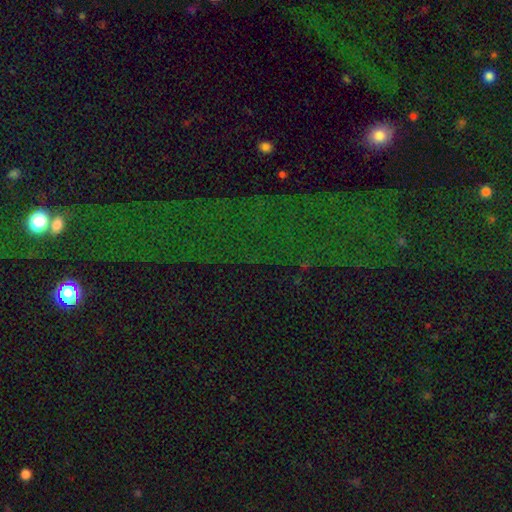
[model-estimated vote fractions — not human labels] smooth_or_featured: star or artifact (p=0.76) [alt: featured or disk p=0.13]